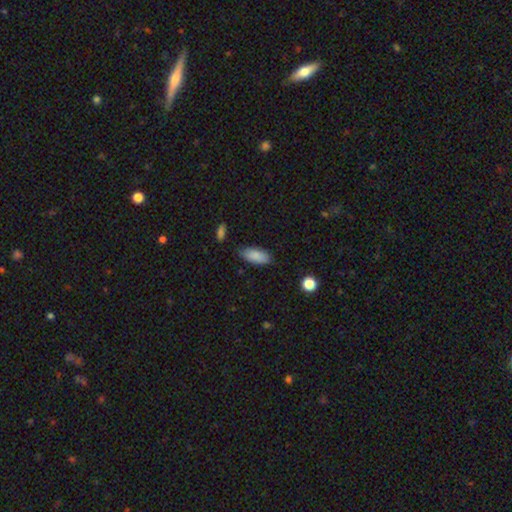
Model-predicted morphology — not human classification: Q: Smooth or featured?
A: smooth (88%); runner-up: star or artifact (7%)
Q: How rounded?
A: in between (83%); runner-up: cigar-shaped (15%)
Q: Merging?
A: none (83%); runner-up: minor disturbance (12%)